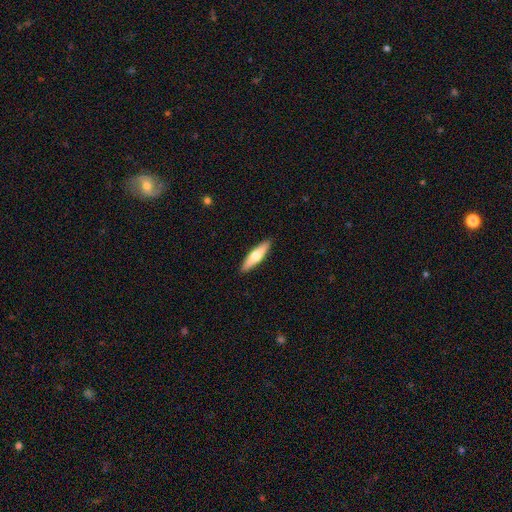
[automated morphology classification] Q: Smooth or featured?
A: smooth (55%); runner-up: featured or disk (39%)
Q: How rounded?
A: cigar-shaped (68%); runner-up: in between (30%)
Q: Merging?
A: none (90%); runner-up: minor disturbance (7%)